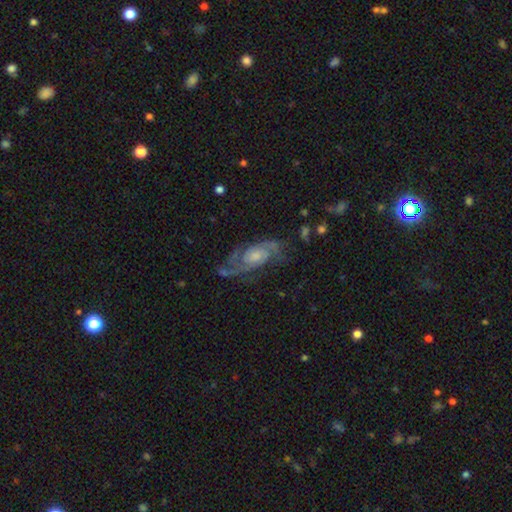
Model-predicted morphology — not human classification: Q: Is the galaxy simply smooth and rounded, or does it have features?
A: featured or disk — 84%.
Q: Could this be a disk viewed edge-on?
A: no — 94%.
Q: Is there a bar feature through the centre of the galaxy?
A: no — 67%.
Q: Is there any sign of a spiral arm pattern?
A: yes — 95%.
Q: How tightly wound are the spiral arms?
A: medium — 48%.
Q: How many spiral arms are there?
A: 2 — 66%.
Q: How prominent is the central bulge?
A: small — 46%.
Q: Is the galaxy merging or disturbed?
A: none — 67%.